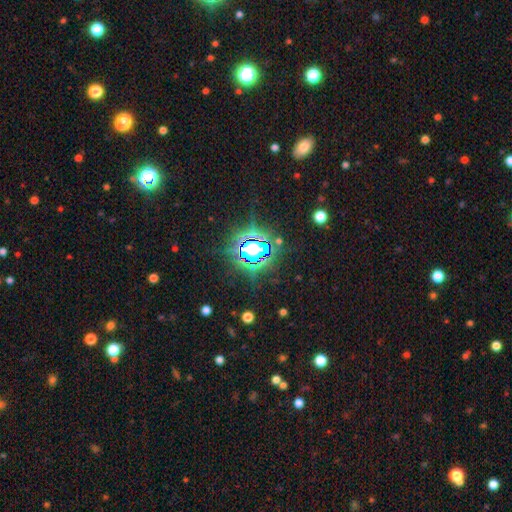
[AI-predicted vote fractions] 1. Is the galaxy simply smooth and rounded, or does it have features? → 78% star or artifact, 14% smooth, 9% featured or disk.